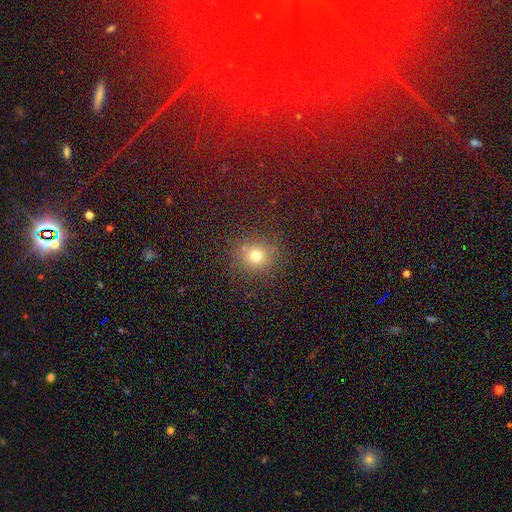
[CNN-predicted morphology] Smooth or featured: smooth — 70% (star or artifact — 22%)
How rounded: round — 87% (in between — 12%)
Merging: none — 84% (minor disturbance — 9%)